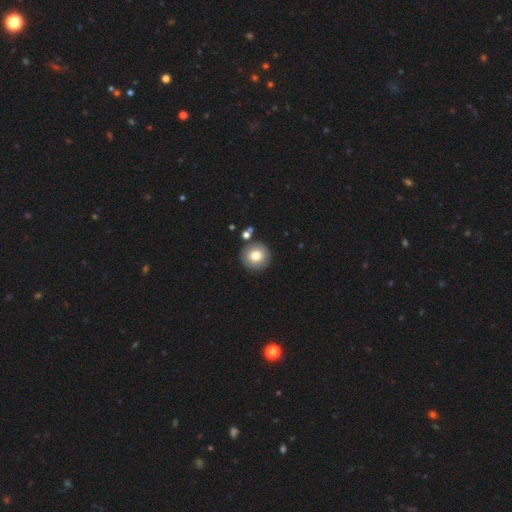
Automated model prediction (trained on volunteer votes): Overall: smooth (77%). How rounded: round (95%). Merging: none (86%).